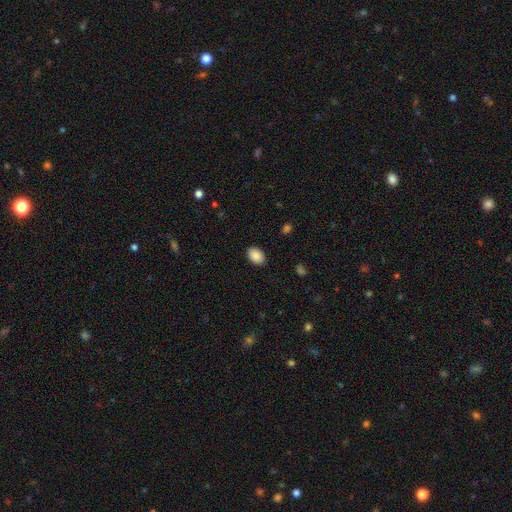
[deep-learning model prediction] smooth-or-featured: smooth: 90% | star or artifact: 7% | featured or disk: 3%
  how-rounded: in between: 82% | round: 17% | cigar-shaped: 1%
  merging: none: 89% | minor disturbance: 8% | major disturbance: 2% | merger: 1%